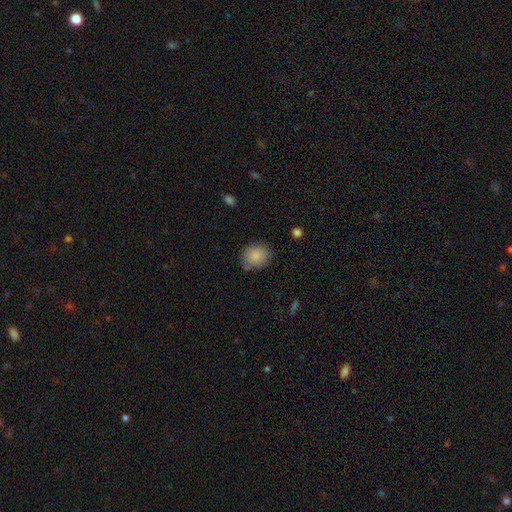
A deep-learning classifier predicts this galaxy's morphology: A smooth galaxy with no disk features (86%) that is round (61%). Merging: none (74%).